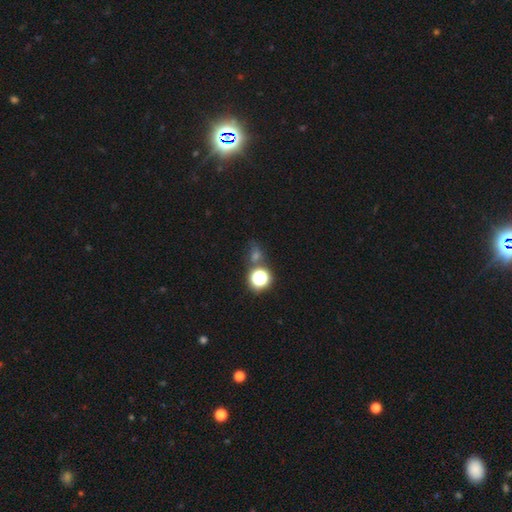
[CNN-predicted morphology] Smooth or featured? star or artifact (59%)